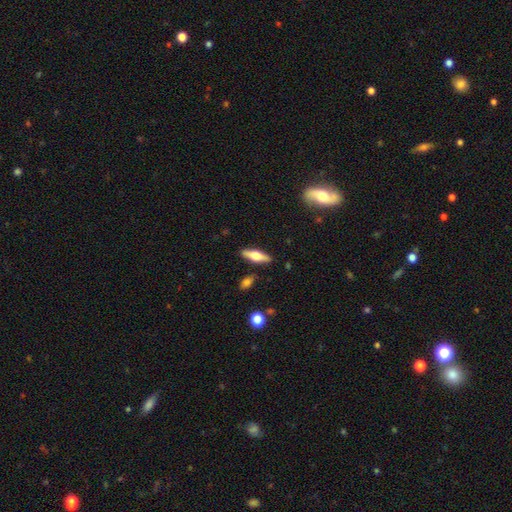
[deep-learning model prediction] smooth-or-featured: featured or disk: 48% | smooth: 45% | star or artifact: 6%
  merging: none: 86% | minor disturbance: 9% | merger: 2% | major disturbance: 2%